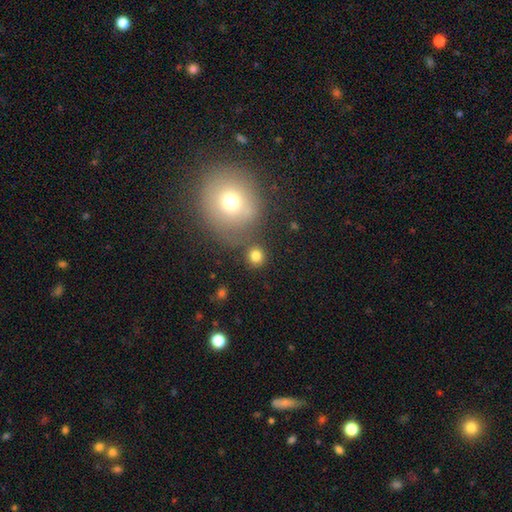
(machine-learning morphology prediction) smooth-or-featured: smooth: 80% | star or artifact: 13% | featured or disk: 7%
  how-rounded: round: 90% | in between: 9% | cigar-shaped: 1%
  merging: none: 80% | merger: 9% | minor disturbance: 8% | major disturbance: 4%